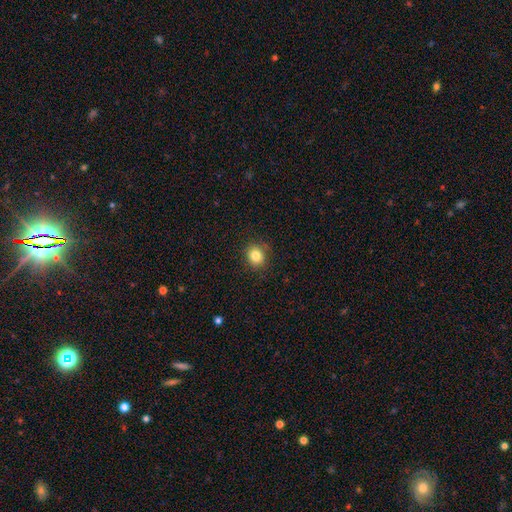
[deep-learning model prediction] Smooth or featured: smooth — 83% (star or artifact — 11%)
How rounded: round — 80% (in between — 19%)
Merging: none — 88% (minor disturbance — 9%)